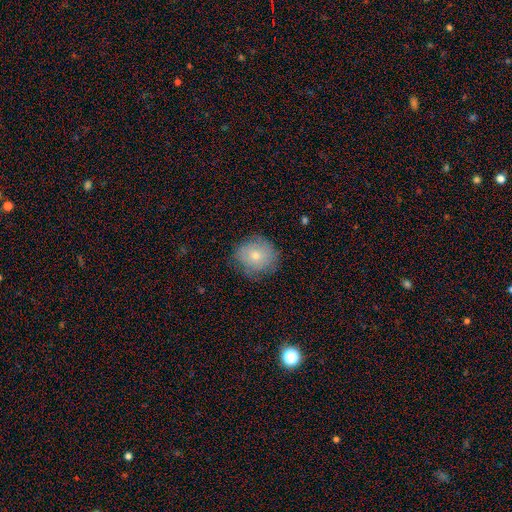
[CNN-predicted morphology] type=smooth (70%); roundness=round (83%); merging=none (73%).